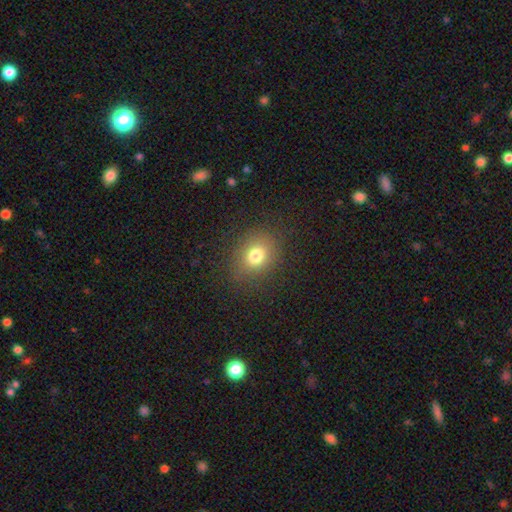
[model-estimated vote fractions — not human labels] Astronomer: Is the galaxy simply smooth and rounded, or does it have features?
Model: smooth — 76%.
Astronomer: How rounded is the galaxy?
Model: round — 59% (runner-up: in between, 40%).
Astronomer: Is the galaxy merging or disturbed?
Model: none — 84%.